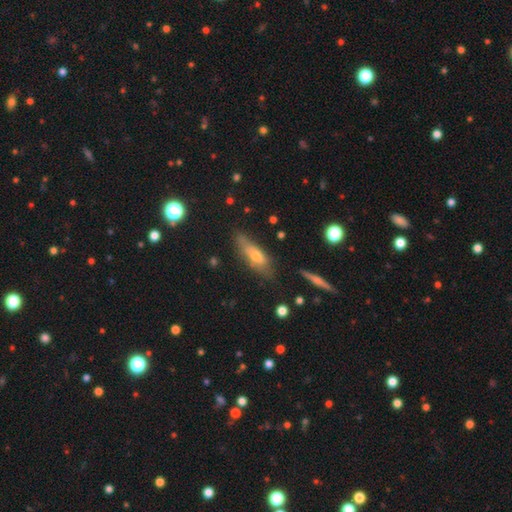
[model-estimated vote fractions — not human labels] Smooth or featured?
  - smooth: 50% *
  - featured or disk: 38%
  - star or artifact: 12%
Merging?
  - none: 71% *
  - minor disturbance: 21%
  - major disturbance: 5%
  - merger: 3%